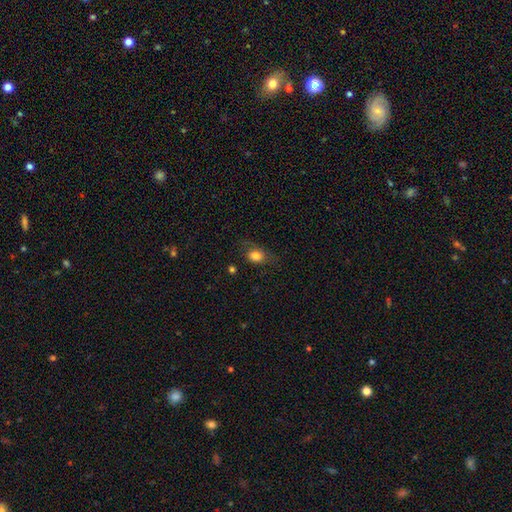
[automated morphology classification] Smooth or featured?
  - smooth: 80% *
  - featured or disk: 10%
  - star or artifact: 10%
How rounded?
  - in between: 59% *
  - round: 39%
  - cigar-shaped: 2%
Merging?
  - none: 61% *
  - minor disturbance: 26%
  - major disturbance: 12%
  - merger: 2%